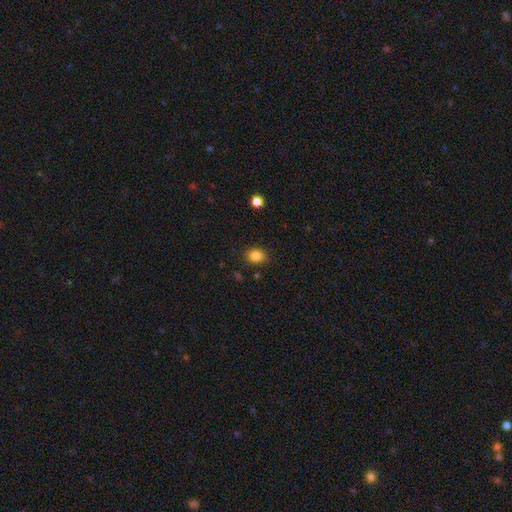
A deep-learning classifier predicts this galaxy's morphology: Smooth or featured? smooth (84%)
How rounded? in between (52%)
Merging? none (86%)